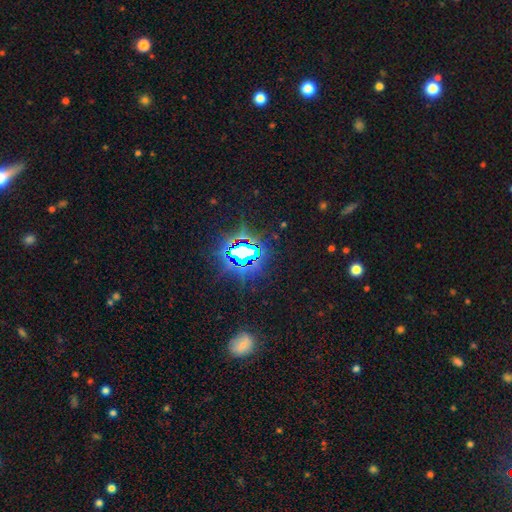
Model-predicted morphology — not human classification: A star or artifact, not a galaxy (81%).

Vote fractions:
- Smooth or featured? star or artifact: 81% / smooth: 12% / featured or disk: 7%